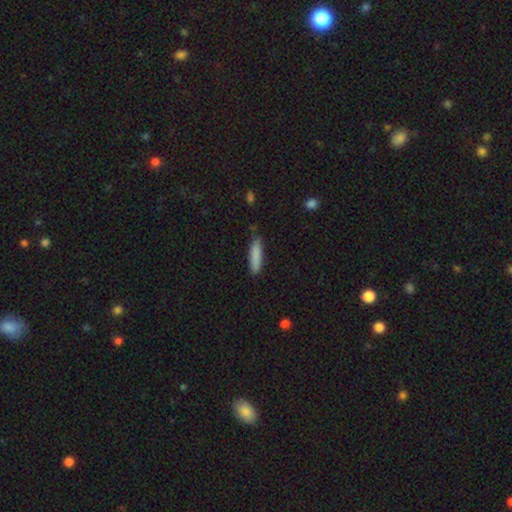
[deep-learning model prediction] smooth 86%, featured or disk 8%, star or artifact 6%. Down the decision tree: how rounded — cigar-shaped (79%); merging — none (81%).